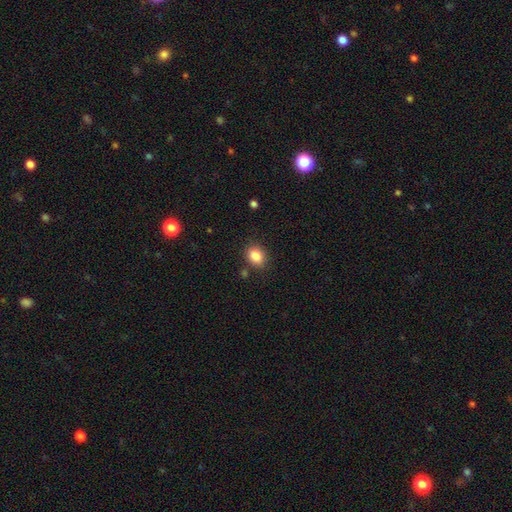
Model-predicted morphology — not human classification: Smooth or featured: smooth — 85% (star or artifact — 10%)
How rounded: in between — 62% (round — 37%)
Merging: none — 83% (minor disturbance — 11%)